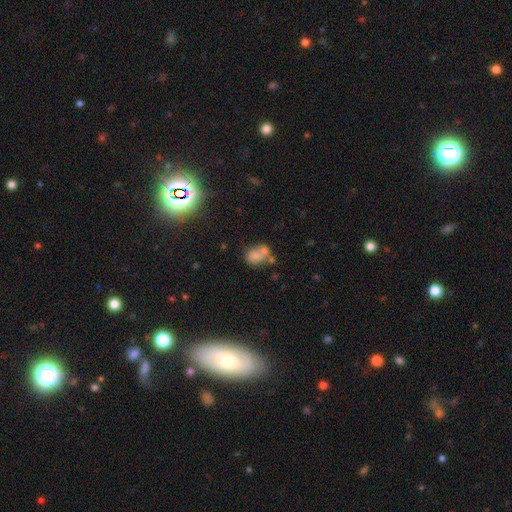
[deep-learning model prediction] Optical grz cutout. It shows a smooth galaxy with no disk features (66%) that is in between round and cigar-shaped (71%). Merging: merger (41%).